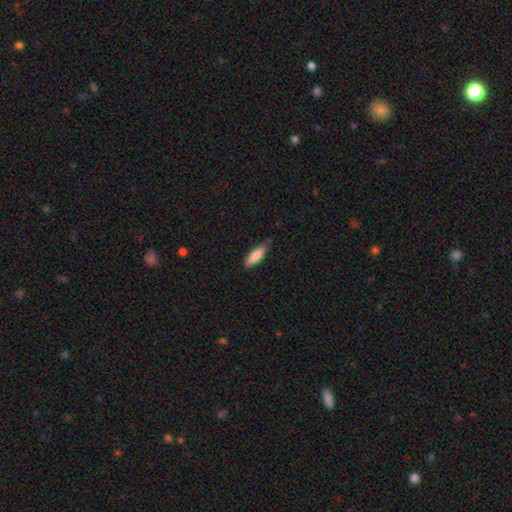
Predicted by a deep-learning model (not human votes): Smooth or featured?
  - smooth: 85% *
  - featured or disk: 9%
  - star or artifact: 6%
How rounded?
  - cigar-shaped: 49% * (tied)
  - in between: 49% * (tied)
  - round: 2%
Merging?
  - none: 79% *
  - minor disturbance: 17%
  - major disturbance: 3%
  - merger: 2%